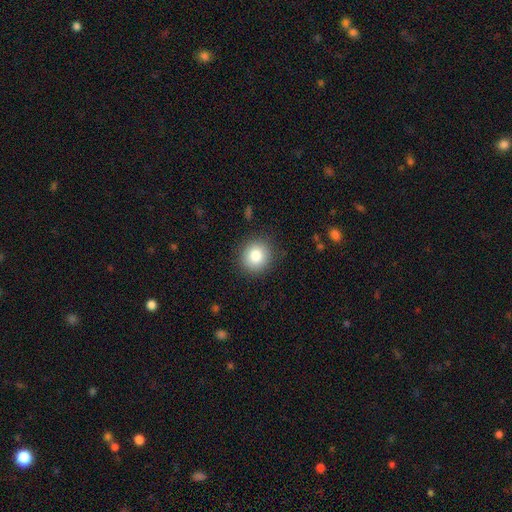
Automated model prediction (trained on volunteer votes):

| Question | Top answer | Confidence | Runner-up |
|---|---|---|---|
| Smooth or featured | smooth | 83% | star or artifact (9%) |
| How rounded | round | 86% | in between (13%) |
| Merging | none | 89% | minor disturbance (8%) |